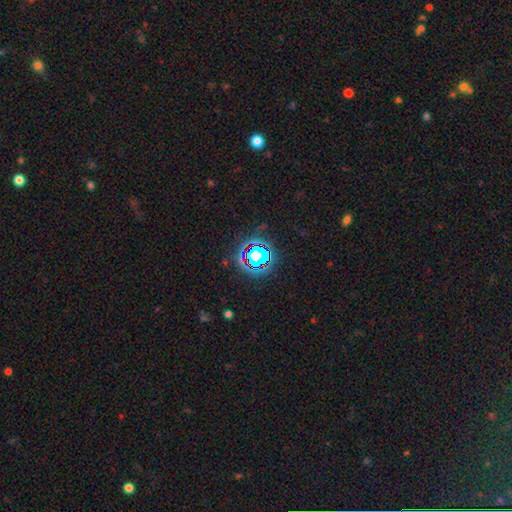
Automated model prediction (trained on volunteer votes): A star or artifact, not a galaxy (67%).